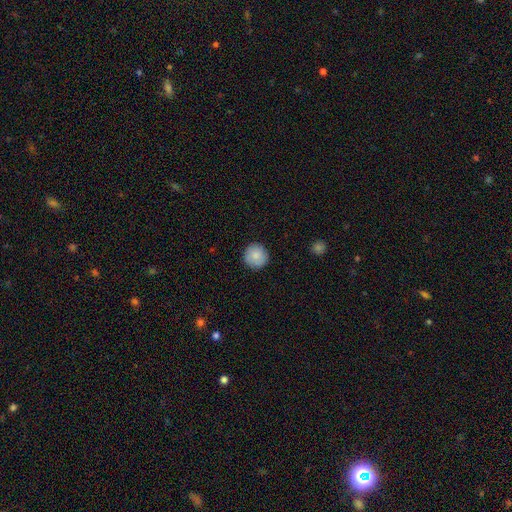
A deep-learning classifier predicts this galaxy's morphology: The model was most divided on "smooth or featured": smooth: 85%, featured or disk: 8%, star or artifact: 7%. More confident: how rounded — round (95%); merging — none (90%).